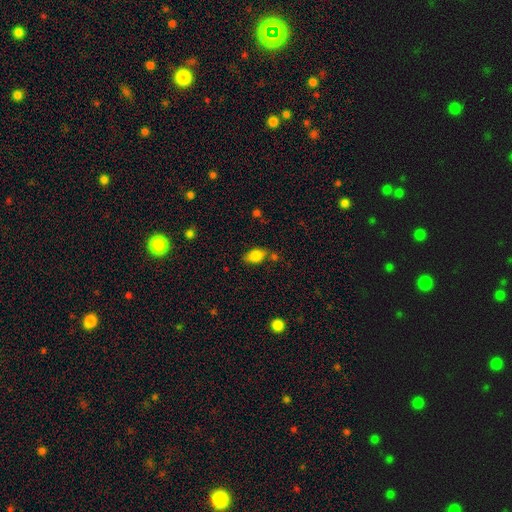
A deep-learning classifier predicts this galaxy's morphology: A smooth galaxy with no disk features (82%) that is in between round and cigar-shaped (86%).

Vote fractions:
- Smooth or featured? smooth: 82% / featured or disk: 9% / star or artifact: 9%
- How rounded? in between: 86% / round: 10% / cigar-shaped: 4%
- Merging? none: 65% / minor disturbance: 19% / merger: 11% / major disturbance: 5%